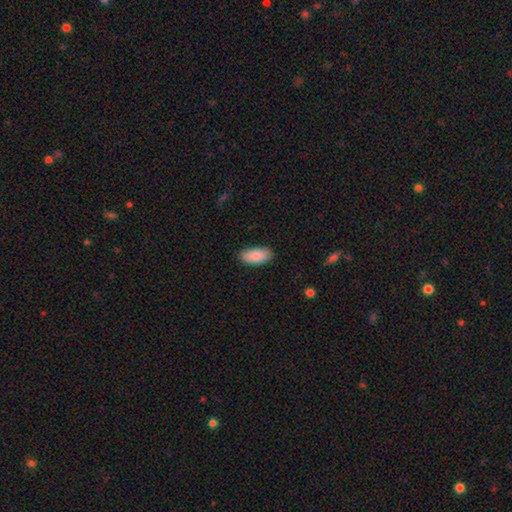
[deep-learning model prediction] Overall: smooth (90%). How rounded: in between (91%). Merging: none (86%).